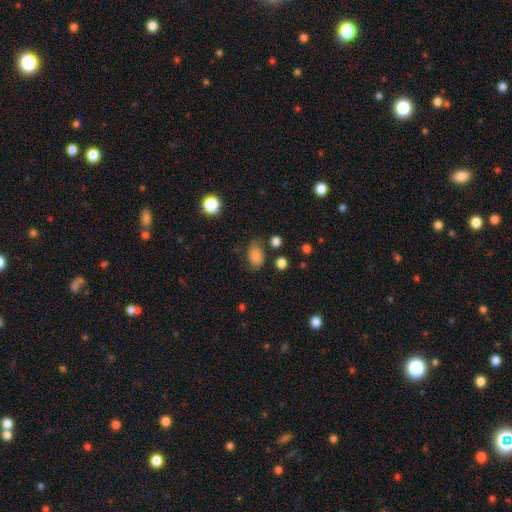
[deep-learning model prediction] The model was most divided on "merging": none: 64%, minor disturbance: 25%, major disturbance: 8%, merger: 4%. More confident: how rounded — in between (86%); smooth or featured — smooth (82%).